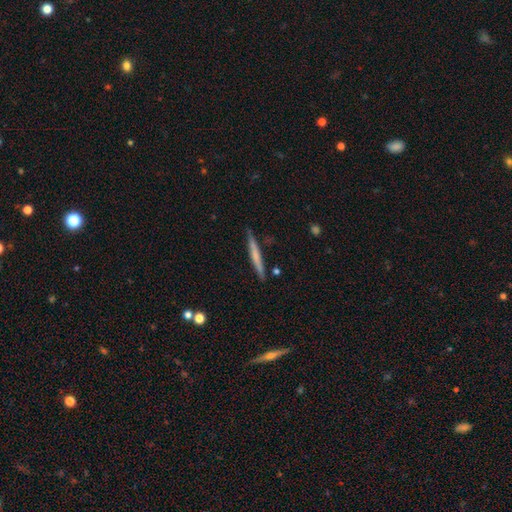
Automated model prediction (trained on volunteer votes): Q: Smooth or featured?
A: smooth (53%); runner-up: featured or disk (41%)
Q: How rounded?
A: cigar-shaped (96%); runner-up: in between (2%)
Q: Merging?
A: none (87%); runner-up: minor disturbance (9%)